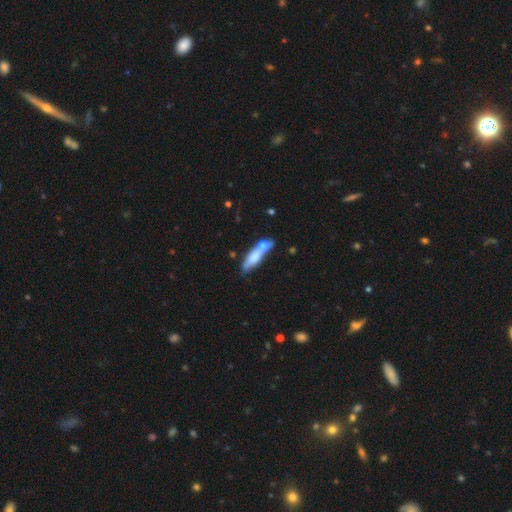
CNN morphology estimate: Smooth or featured?
  - smooth: 60% *
  - featured or disk: 33%
  - star or artifact: 7%
How rounded?
  - cigar-shaped: 59% *
  - in between: 38%
  - round: 3%
Merging?
  - merger: 45% *
  - none: 33%
  - minor disturbance: 15%
  - major disturbance: 8%